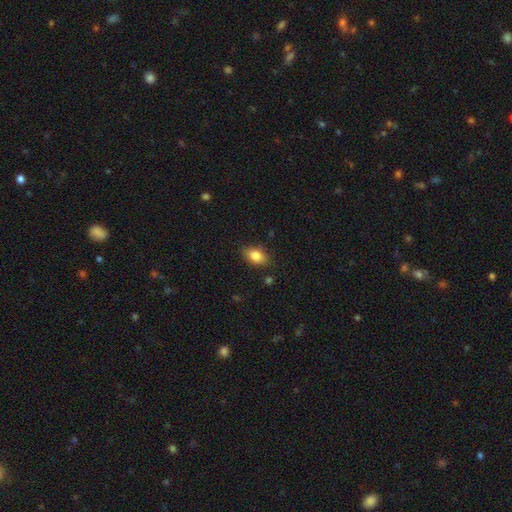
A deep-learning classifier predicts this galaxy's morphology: Smooth or featured?
  - smooth: 82% *
  - featured or disk: 9%
  - star or artifact: 9%
How rounded?
  - in between: 84% *
  - round: 13%
  - cigar-shaped: 3%
Merging?
  - none: 81% *
  - minor disturbance: 14%
  - major disturbance: 3%
  - merger: 2%